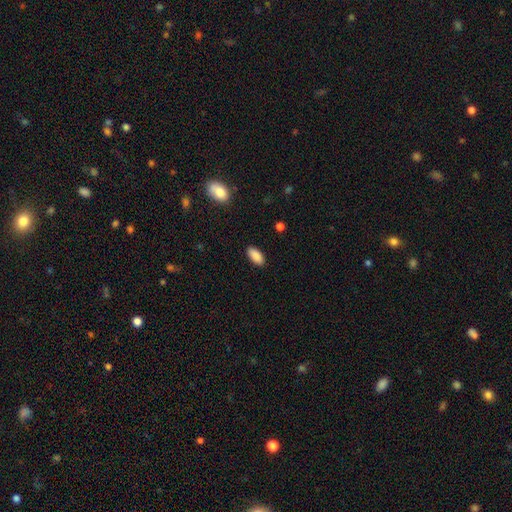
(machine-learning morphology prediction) The model was most divided on "merging": none: 89%, minor disturbance: 8%, major disturbance: 2%, merger: 1%. More confident: how rounded — in between (90%); smooth or featured — smooth (89%).